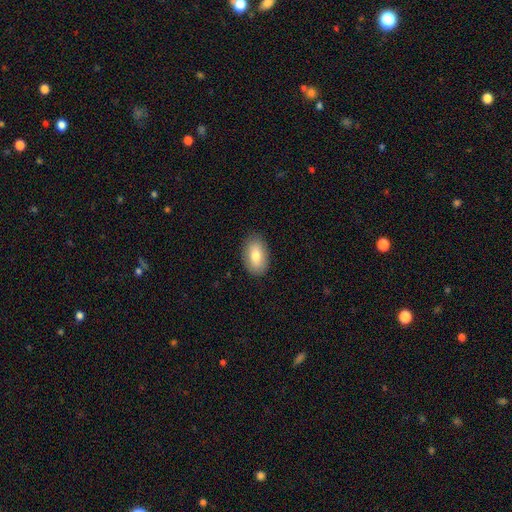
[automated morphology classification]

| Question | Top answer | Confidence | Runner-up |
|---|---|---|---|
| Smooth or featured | smooth | 79% | featured or disk (15%) |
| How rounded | in between | 91% | round (7%) |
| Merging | none | 87% | minor disturbance (10%) |